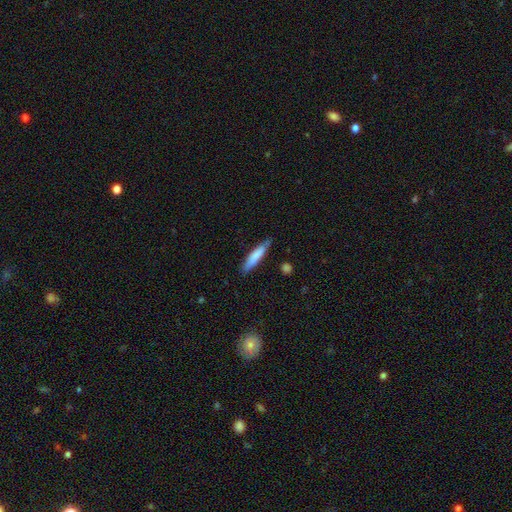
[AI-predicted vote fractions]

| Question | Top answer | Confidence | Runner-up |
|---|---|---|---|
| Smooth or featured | smooth | 77% | featured or disk (18%) |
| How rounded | cigar-shaped | 85% | in between (14%) |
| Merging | none | 80% | minor disturbance (16%) |